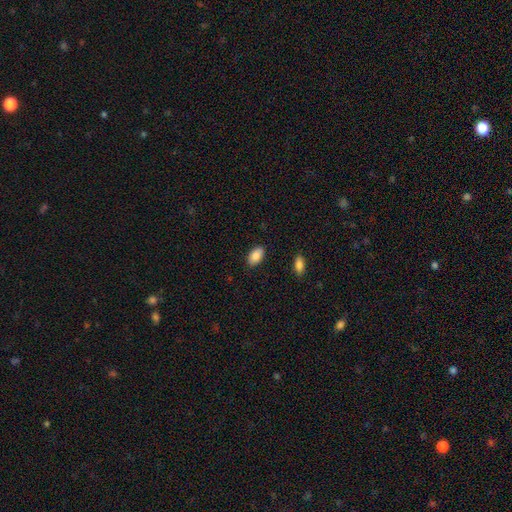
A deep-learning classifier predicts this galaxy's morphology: type=smooth (87%); roundness=in between (93%); merging=none (87%).